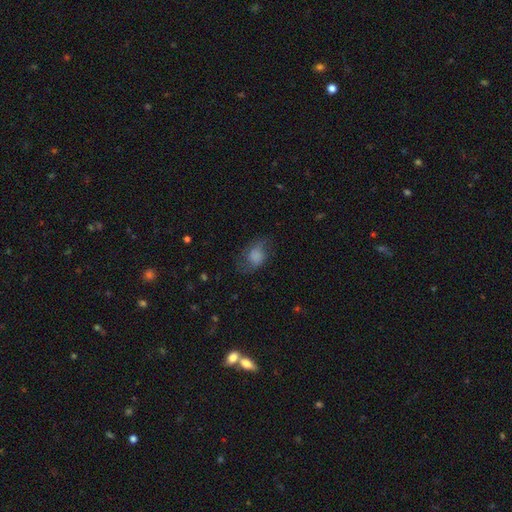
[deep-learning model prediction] Morphology: type=smooth (61%); roundness=in between (71%); merging=none (55%).